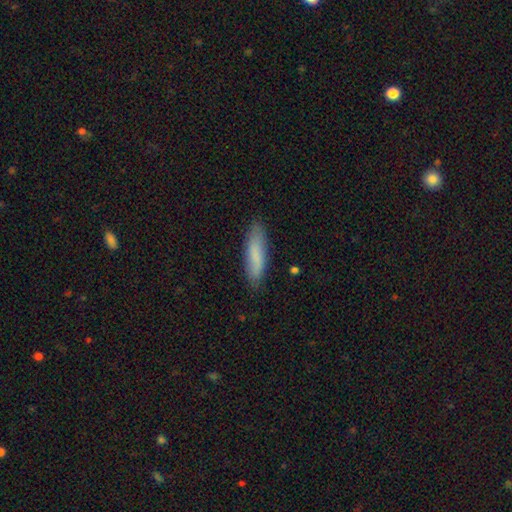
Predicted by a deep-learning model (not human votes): Overall: smooth (80%). How rounded: cigar-shaped (72%). Merging: none (83%).